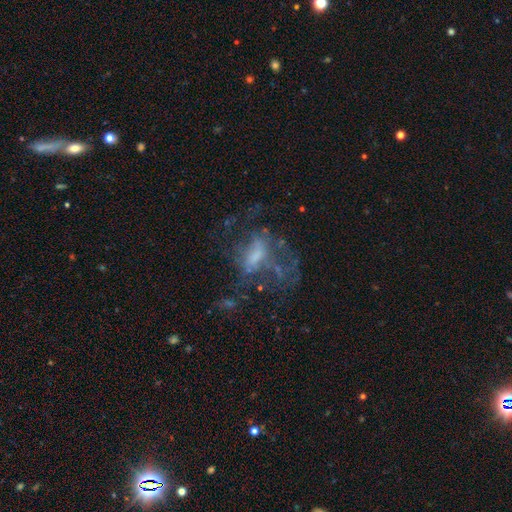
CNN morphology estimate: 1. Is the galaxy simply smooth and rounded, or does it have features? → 61% featured or disk, 21% smooth, 18% star or artifact.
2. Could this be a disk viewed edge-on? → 95% no, 5% yes.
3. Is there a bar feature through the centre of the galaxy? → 56% no, 32% weak, 12% strong.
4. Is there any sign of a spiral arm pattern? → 64% no, 36% yes.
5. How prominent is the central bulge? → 33% small, 29% moderate, 29% none, 7% large, 2% dominant.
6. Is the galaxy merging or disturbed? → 44% major disturbance, 36% none, 15% minor disturbance, 6% merger.